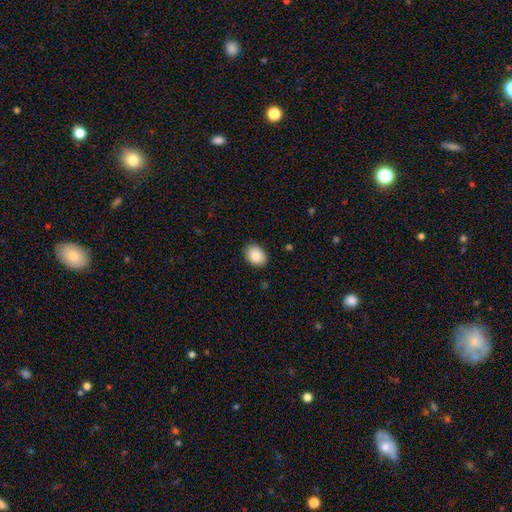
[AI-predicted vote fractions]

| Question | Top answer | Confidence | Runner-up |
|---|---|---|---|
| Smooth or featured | smooth | 86% | star or artifact (7%) |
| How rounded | in between | 74% | round (25%) |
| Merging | none | 87% | minor disturbance (10%) |